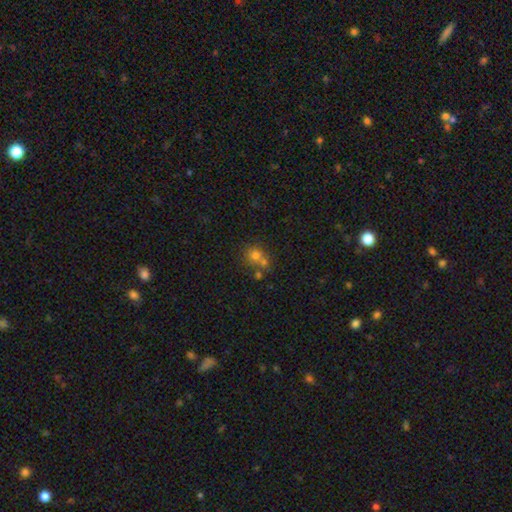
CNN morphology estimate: Smooth or featured? Predicted: smooth (p=0.68). How rounded? Predicted: round (p=0.82). Merging? Predicted: none (p=0.46).